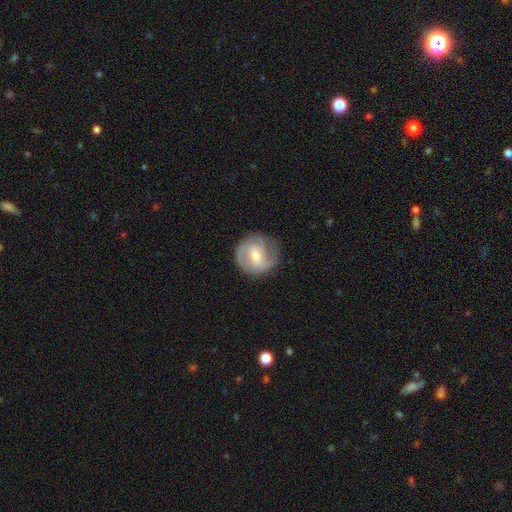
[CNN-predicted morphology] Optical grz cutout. It shows a featured or disk galaxy (73%) with a weak bar (53%), 2 (57%) medium (45%) spiral arms (92%) and a moderate central bulge (57%). Merging: none (74%).